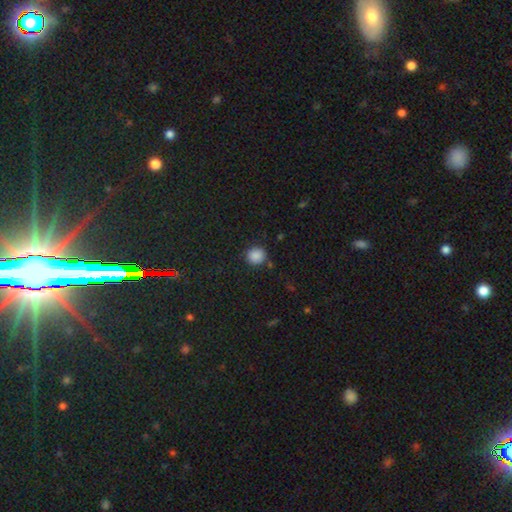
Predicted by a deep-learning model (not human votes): This is clearly a smooth galaxy (86%). How rounded: clearly round (89%). Merging: clearly none (85%).